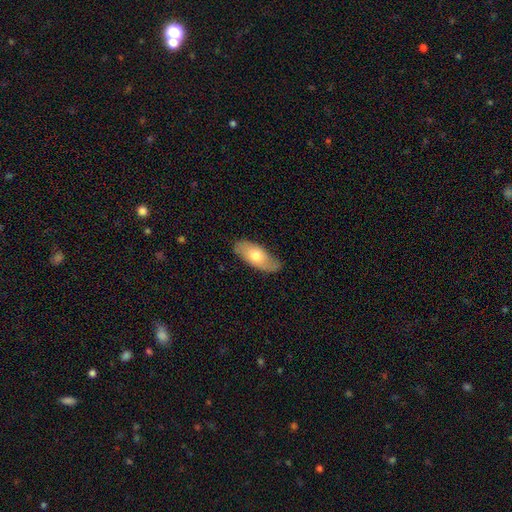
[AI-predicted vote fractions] The model was most divided on "smooth or featured": smooth: 58%, featured or disk: 36%, star or artifact: 6%. More confident: how rounded — in between (87%); merging — none (75%).